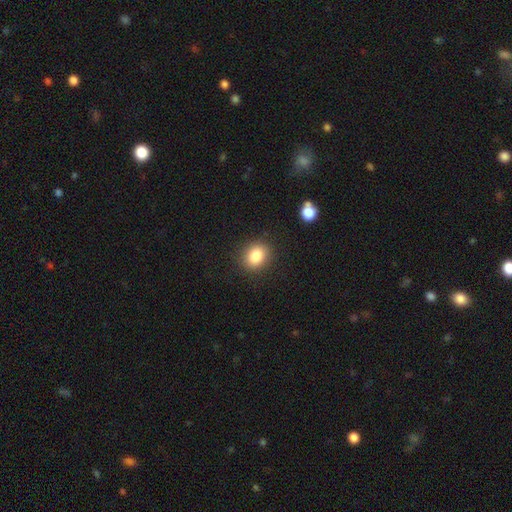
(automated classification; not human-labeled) The model was most divided on "how rounded": round: 60%, in between: 39%, cigar-shaped: 1%. More confident: merging — none (88%); smooth or featured — smooth (84%).